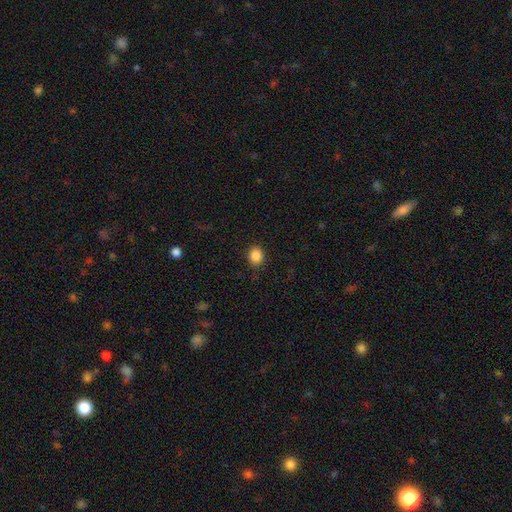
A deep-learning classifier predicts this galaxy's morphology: This is clearly a smooth galaxy (86%). How rounded: likely round (73%). Merging: clearly none (88%).